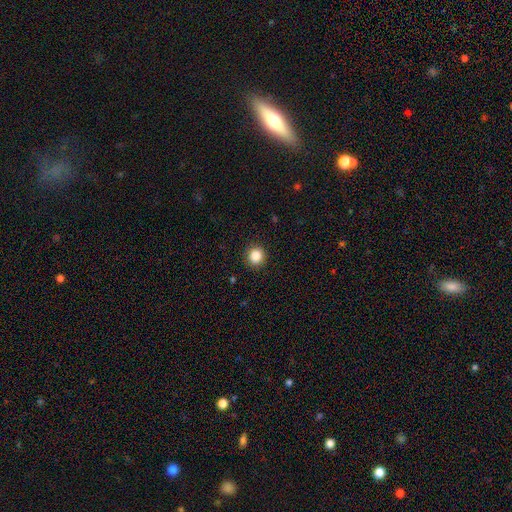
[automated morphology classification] The model was most divided on "smooth or featured": smooth: 86%, star or artifact: 10%, featured or disk: 4%. More confident: how rounded — round (92%); merging — none (91%).